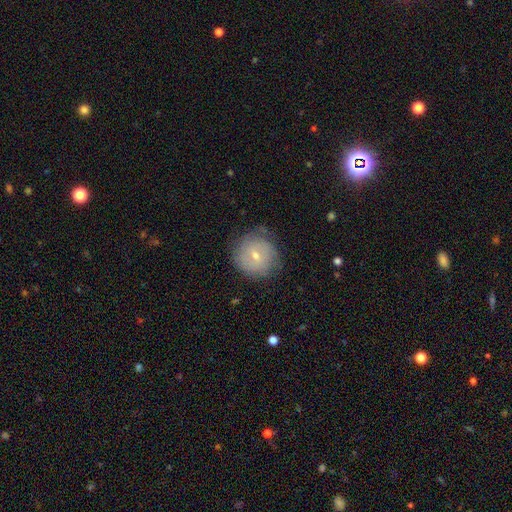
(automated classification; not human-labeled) Smooth or featured: smooth — 55% (featured or disk — 36%)
How rounded: round — 92% (in between — 7%)
Merging: none — 73% (minor disturbance — 19%)